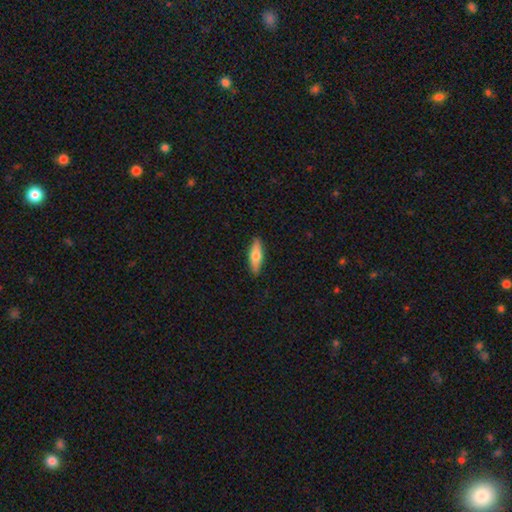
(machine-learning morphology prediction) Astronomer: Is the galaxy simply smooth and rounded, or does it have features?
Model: smooth — 67%.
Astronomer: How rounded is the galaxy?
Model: cigar-shaped — 52% (runner-up: in between, 45%).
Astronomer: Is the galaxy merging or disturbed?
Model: none — 89%.